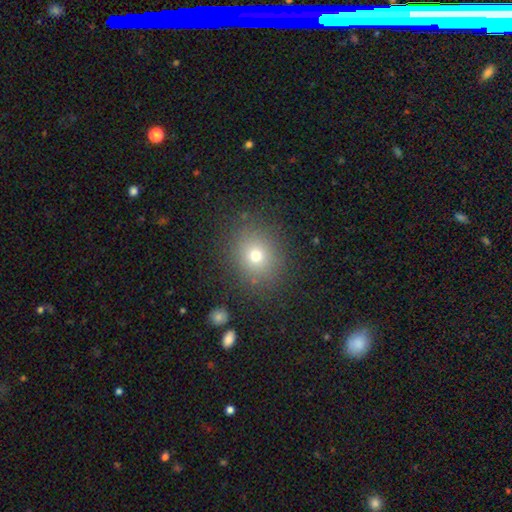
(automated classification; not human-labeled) Overall: smooth (71%). How rounded: round (69%; in between 30%). Merging: none (87%).